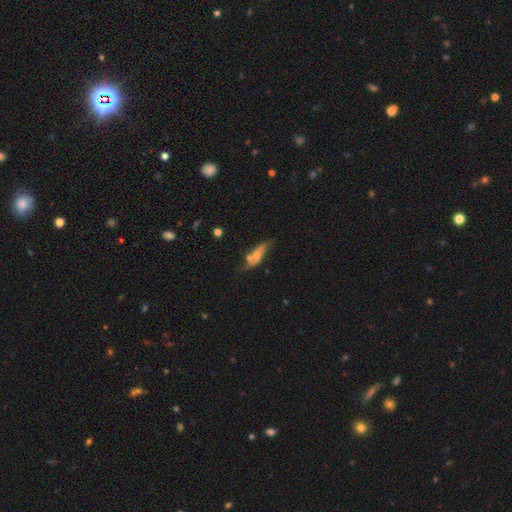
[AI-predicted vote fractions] smooth_or_featured: smooth (p=0.46) [alt: featured or disk p=0.45]
merging: none (p=0.43) [alt: minor disturbance p=0.26]